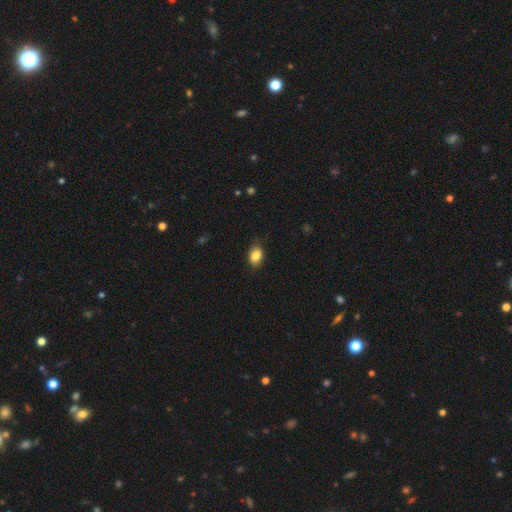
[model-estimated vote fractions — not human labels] This appears to be a smooth galaxy with no disk features (84%) that is in between round and cigar-shaped (81%). Merging: none (77%).